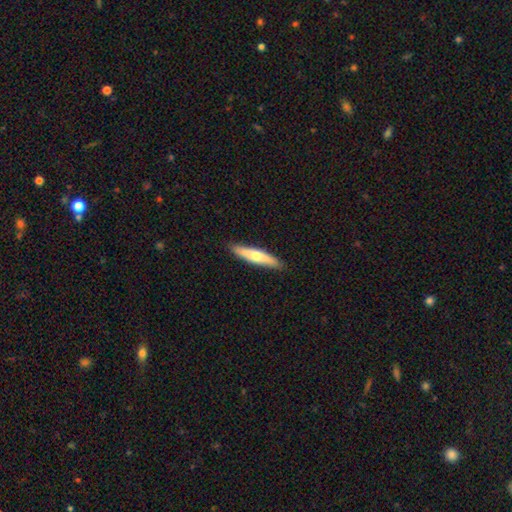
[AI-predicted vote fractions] Morphology: type=smooth (55%); roundness=cigar-shaped (84%); merging=none (89%).